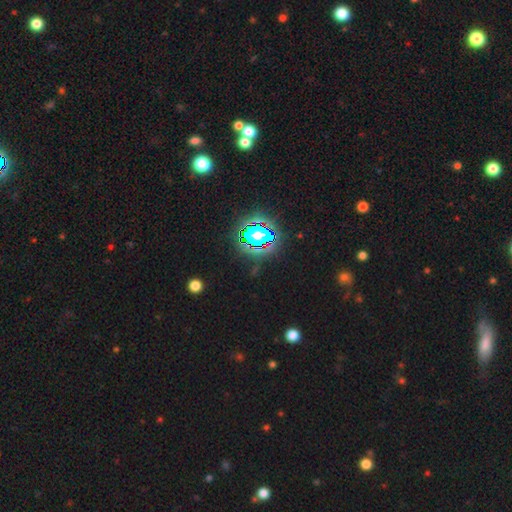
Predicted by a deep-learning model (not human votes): smooth-or-featured: star or artifact: 78% | smooth: 14% | featured or disk: 8%